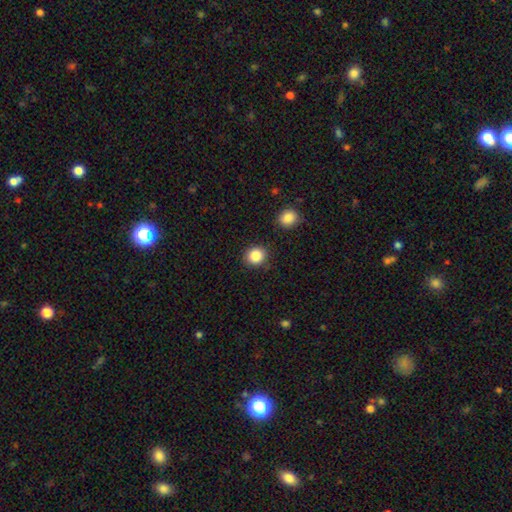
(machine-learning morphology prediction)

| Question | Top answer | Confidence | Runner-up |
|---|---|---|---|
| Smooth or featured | smooth | 87% | star or artifact (9%) |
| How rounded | round | 80% | in between (19%) |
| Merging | none | 86% | minor disturbance (9%) |